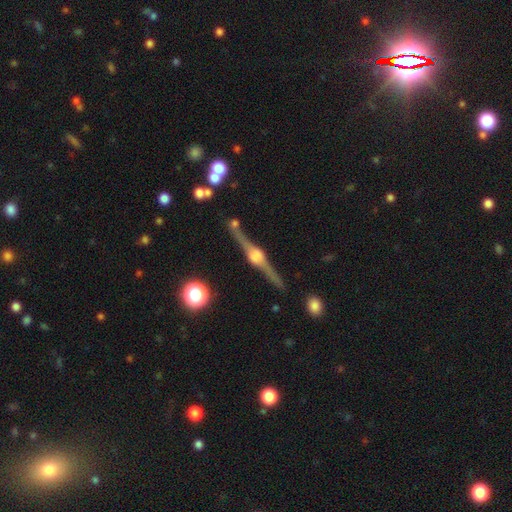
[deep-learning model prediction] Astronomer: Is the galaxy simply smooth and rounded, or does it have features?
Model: featured or disk — 90%.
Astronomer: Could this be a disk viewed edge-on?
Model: yes — 98%.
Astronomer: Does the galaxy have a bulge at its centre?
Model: rounded — 89%.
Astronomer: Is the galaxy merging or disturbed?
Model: none — 86%.